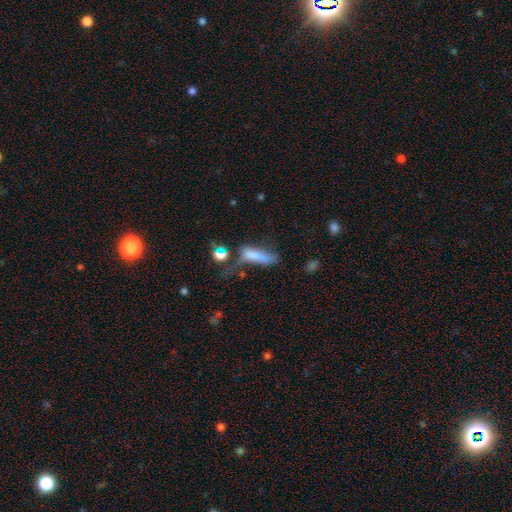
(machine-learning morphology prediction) Overall: smooth (69%). How rounded: cigar-shaped (50%; in between 47%). Merging: major disturbance (33%; none 25%).